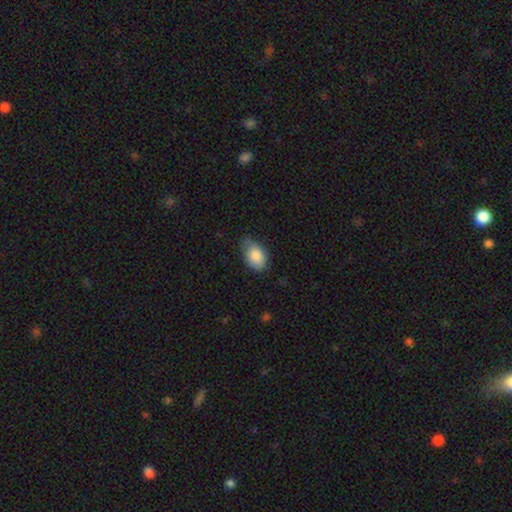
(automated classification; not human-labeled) Morphology: type=smooth (84%); roundness=in between (89%); merging=none (58%).